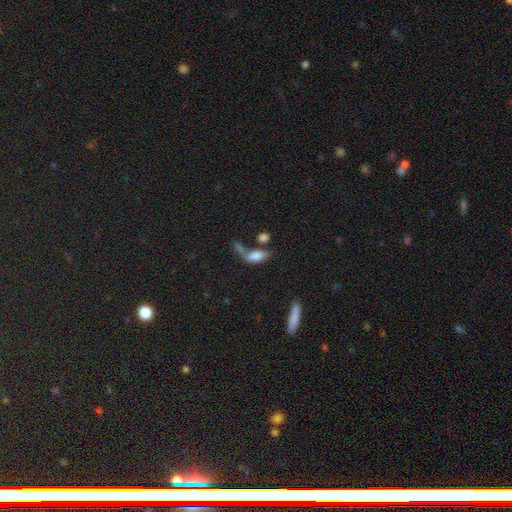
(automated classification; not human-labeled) Smooth or featured: smooth — 73% (featured or disk — 16%)
How rounded: in between — 82% (cigar-shaped — 12%)
Merging: merger — 39% (none — 29%)